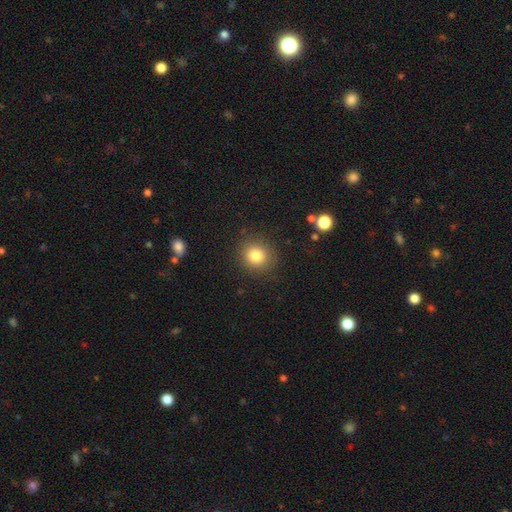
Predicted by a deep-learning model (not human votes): Smooth or featured: smooth — 83% (star or artifact — 11%)
How rounded: round — 81% (in between — 18%)
Merging: none — 86% (minor disturbance — 9%)